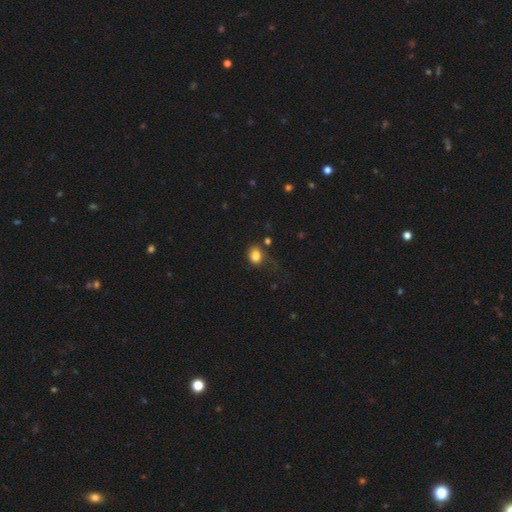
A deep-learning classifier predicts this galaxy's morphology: smooth 83%, star or artifact 10%, featured or disk 6%. Down the decision tree: how rounded — round (51%); merging — none (60%).